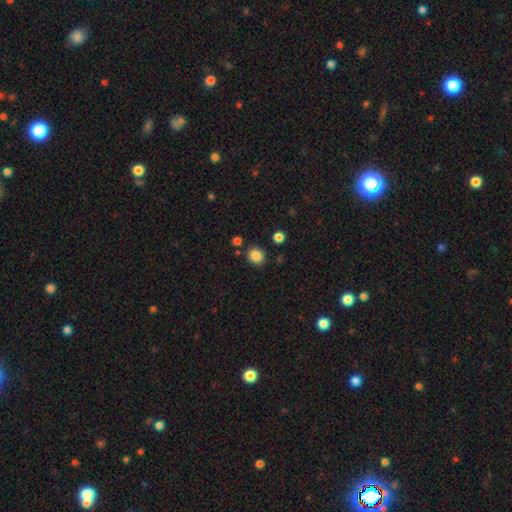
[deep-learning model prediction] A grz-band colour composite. It shows a smooth galaxy with no disk features (85%) that is round (75%). Merging: none (85%).